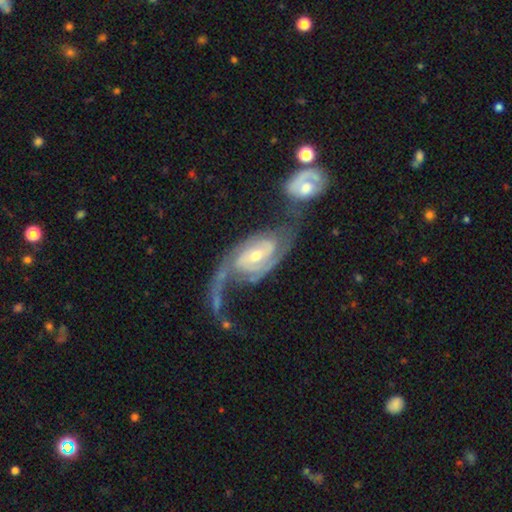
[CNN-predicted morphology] Q: Smooth or featured?
A: featured or disk (88%); runner-up: smooth (7%)
Q: Edge-on disk?
A: no (96%); runner-up: yes (4%)
Q: Bar?
A: weak (43%); runner-up: no (35%)
Q: Spiral arms?
A: yes (96%); runner-up: no (4%)
Q: Spiral winding?
A: medium (41%); runner-up: tight (32%)
Q: Spiral arm count?
A: 2 (78%); runner-up: can't tell (8%)
Q: Bulge size?
A: moderate (51%); runner-up: small (44%)
Q: Merging?
A: major disturbance (30%); runner-up: merger (29%)